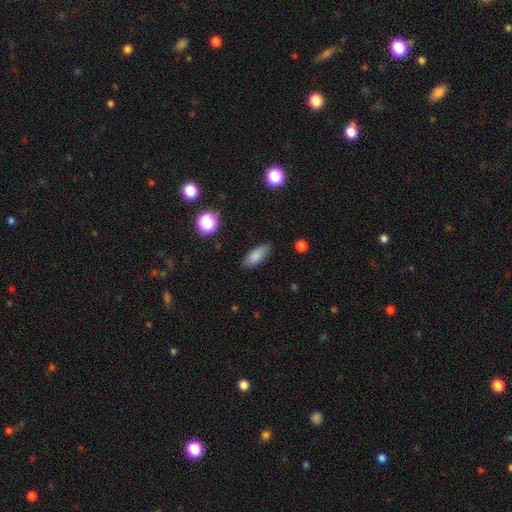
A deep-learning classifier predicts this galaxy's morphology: Smooth or featured? smooth (83%)
How rounded? in between (72%)
Merging? none (84%)